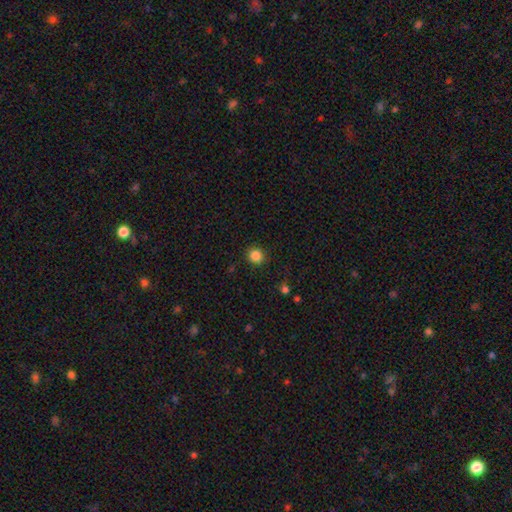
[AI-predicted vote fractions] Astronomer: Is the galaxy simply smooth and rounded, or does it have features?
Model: smooth — 85%.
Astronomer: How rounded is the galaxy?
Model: round — 87%.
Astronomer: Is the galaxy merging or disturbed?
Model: none — 90%.